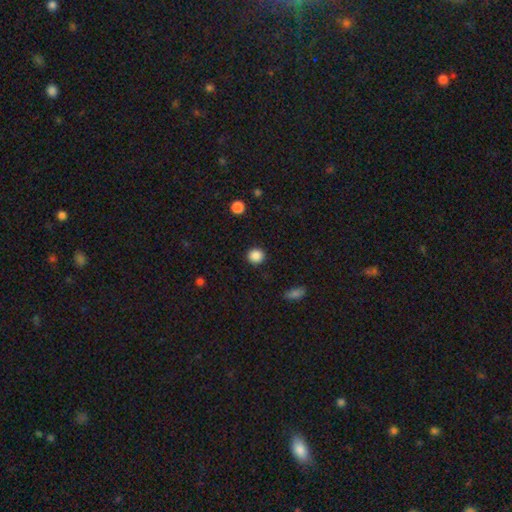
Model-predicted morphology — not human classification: Smooth or featured? Predicted: smooth (p=0.87). How rounded? Predicted: round (p=0.91). Merging? Predicted: none (p=0.91).